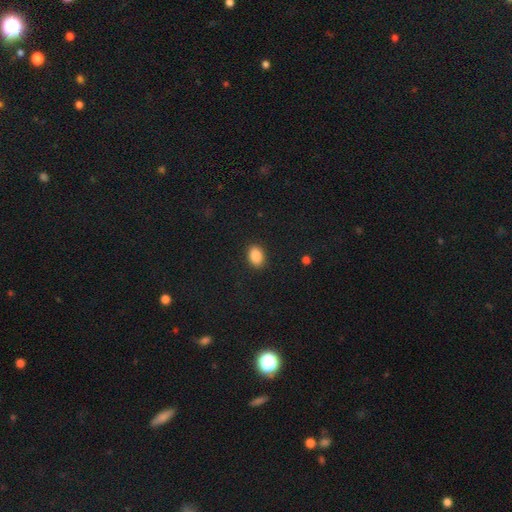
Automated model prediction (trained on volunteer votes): Morphology: type=smooth (88%); roundness=in between (80%); merging=none (90%).